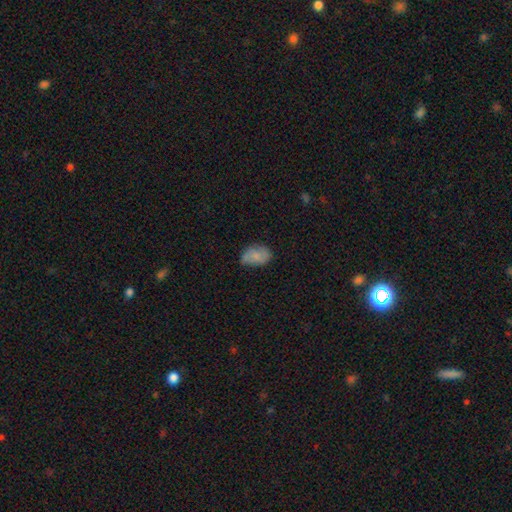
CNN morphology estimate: smooth-or-featured: smooth: 73% | featured or disk: 18% | star or artifact: 8%
  how-rounded: in between: 86% | round: 13% | cigar-shaped: 1%
  merging: none: 54% | minor disturbance: 35% | major disturbance: 8% | merger: 3%